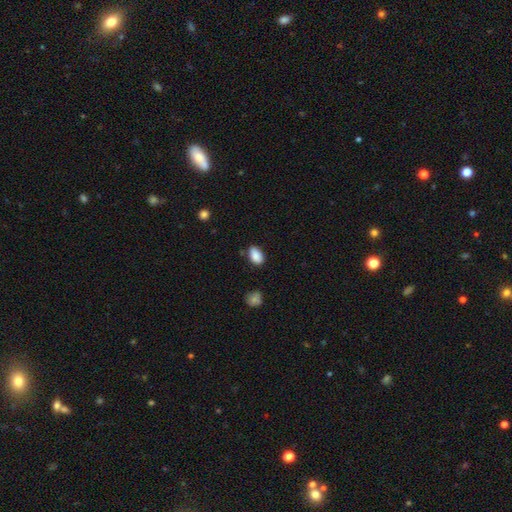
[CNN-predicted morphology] smooth-or-featured: smooth: 88% | star or artifact: 8% | featured or disk: 4%
  how-rounded: in between: 90% | round: 8% | cigar-shaped: 2%
  merging: none: 76% | minor disturbance: 18% | major disturbance: 3% | merger: 3%